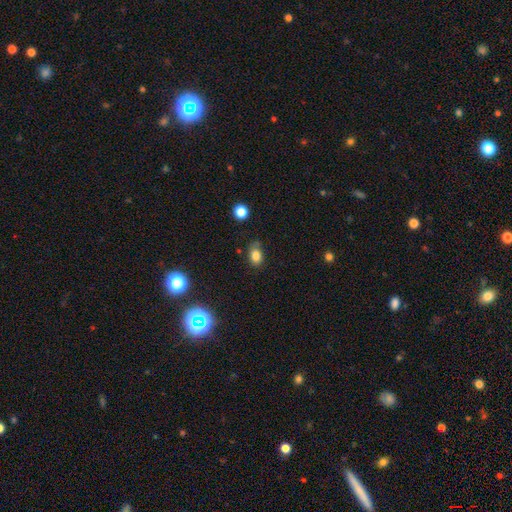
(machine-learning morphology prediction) Smooth or featured? smooth (82%)
How rounded? in between (78%)
Merging? none (69%)